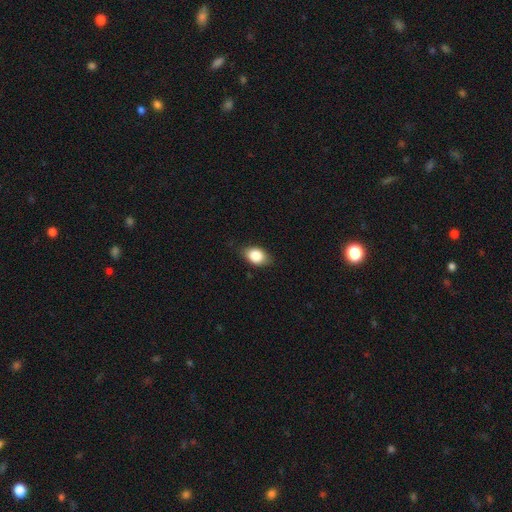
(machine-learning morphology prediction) Smooth or featured: smooth — 84% (star or artifact — 8%)
How rounded: in between — 80% (round — 19%)
Merging: none — 80% (minor disturbance — 16%)